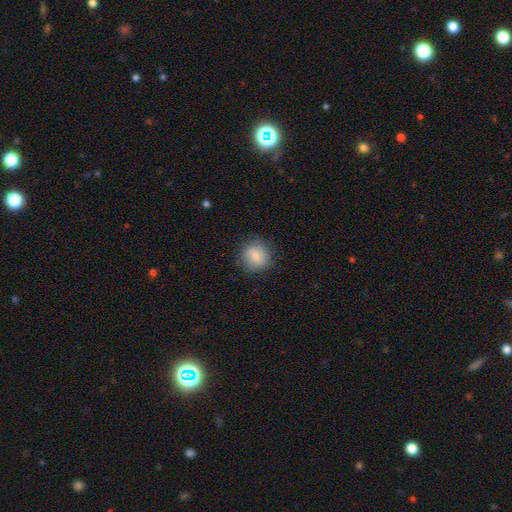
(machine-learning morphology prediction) smooth 80%, featured or disk 12%, star or artifact 8%. Down the decision tree: how rounded — round (79%); merging — none (82%).